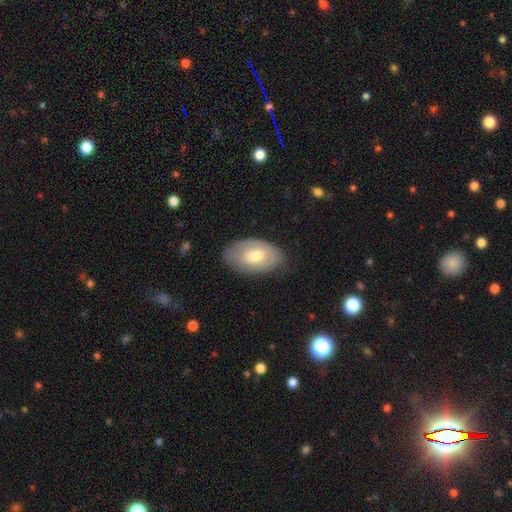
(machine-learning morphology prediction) type=smooth (50%); merging=none (75%).